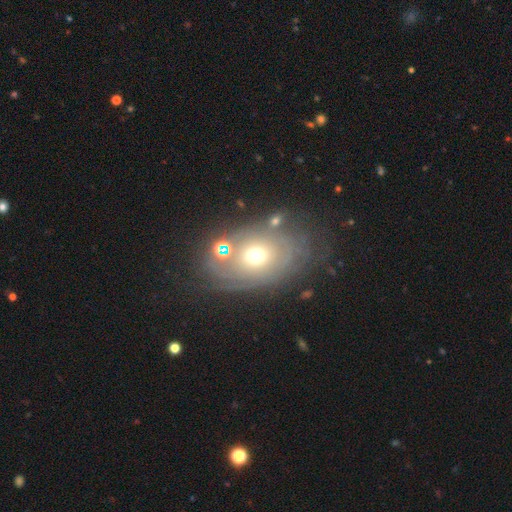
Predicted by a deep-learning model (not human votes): Morphology: type=featured or disk (48%); merging=none (59%).